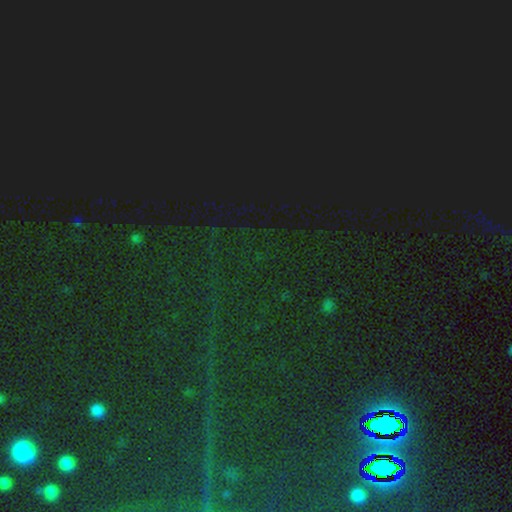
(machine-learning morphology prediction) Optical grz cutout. It shows a star or artifact, not a galaxy (87%).